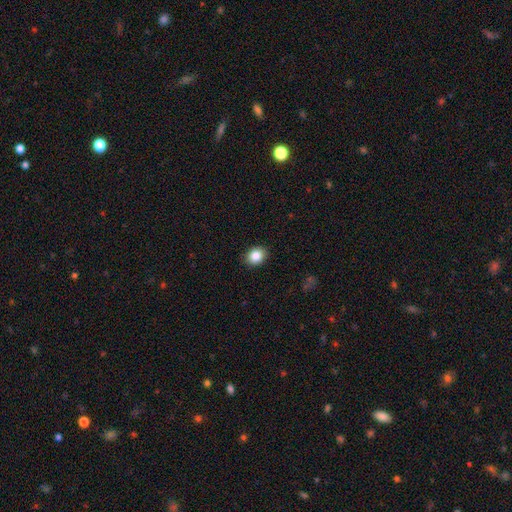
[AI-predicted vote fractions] Overall: smooth (86%). How rounded: in between (51%; round 48%). Merging: none (89%).